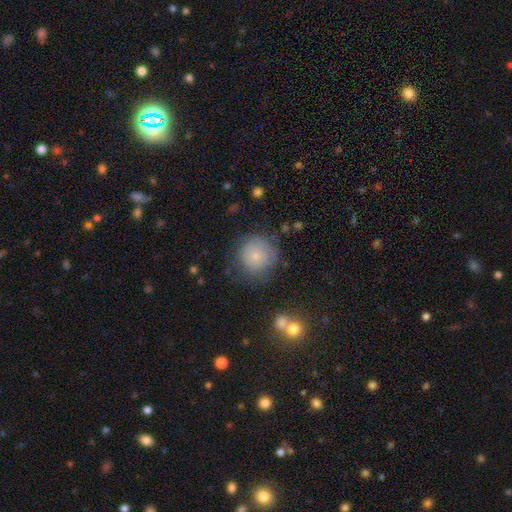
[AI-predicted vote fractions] The model was most divided on "merging": none: 66%, minor disturbance: 21%, major disturbance: 10%, merger: 3%. More confident: how rounded — round (91%); smooth or featured — smooth (76%).